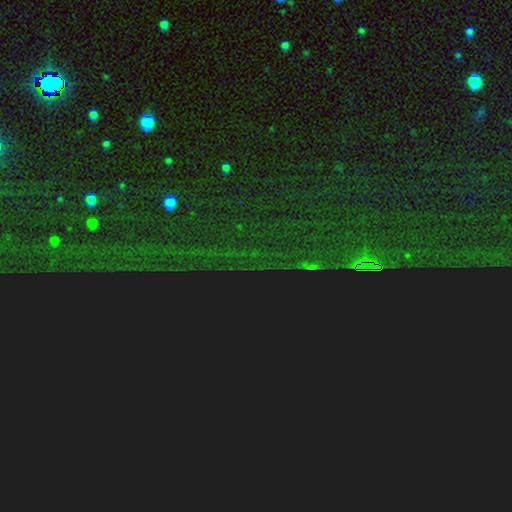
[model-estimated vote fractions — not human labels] smooth_or_featured: star or artifact (p=0.86) [alt: featured or disk p=0.07]